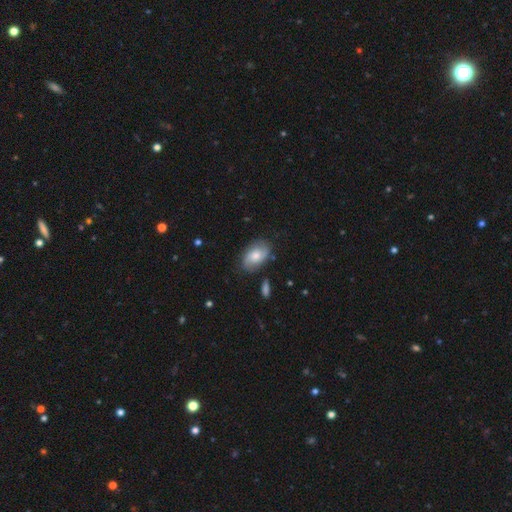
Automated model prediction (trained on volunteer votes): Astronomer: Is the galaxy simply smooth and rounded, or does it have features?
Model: featured or disk — 56% (runner-up: smooth, 37%).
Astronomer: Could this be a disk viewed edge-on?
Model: no — 96%.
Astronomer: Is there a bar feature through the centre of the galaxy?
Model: no — 66%.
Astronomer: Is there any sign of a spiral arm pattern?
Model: yes — 88%.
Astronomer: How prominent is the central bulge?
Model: moderate — 52% (runner-up: small, 35%).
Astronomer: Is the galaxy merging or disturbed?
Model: none — 75%.